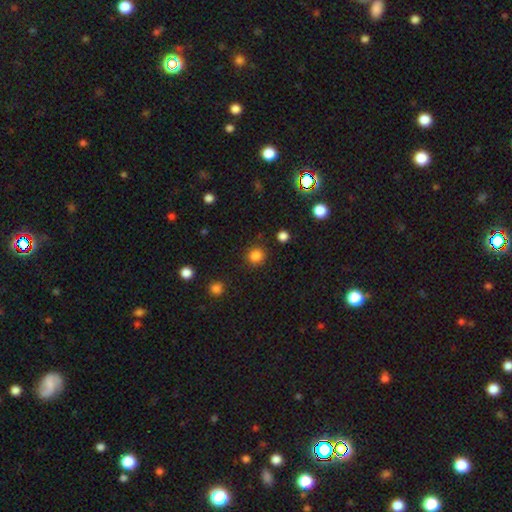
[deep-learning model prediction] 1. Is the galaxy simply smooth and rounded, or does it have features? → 84% smooth, 13% star or artifact, 4% featured or disk.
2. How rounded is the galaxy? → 91% round, 8% in between, 1% cigar-shaped.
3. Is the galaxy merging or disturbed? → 89% none, 6% minor disturbance, 2% major disturbance, 2% merger.